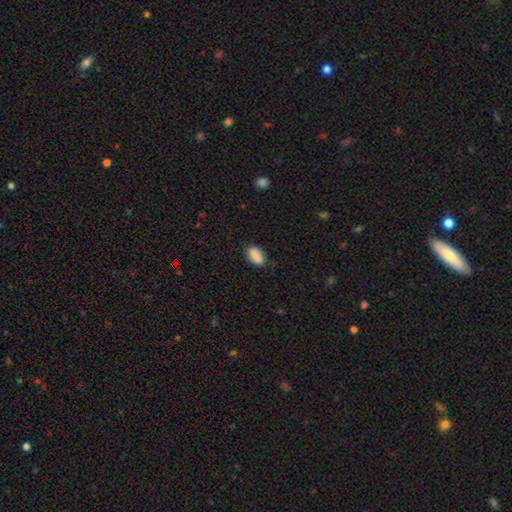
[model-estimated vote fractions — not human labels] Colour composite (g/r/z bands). It shows a smooth galaxy with no disk features (87%) that is in between round and cigar-shaped (90%). Merging: none (80%).